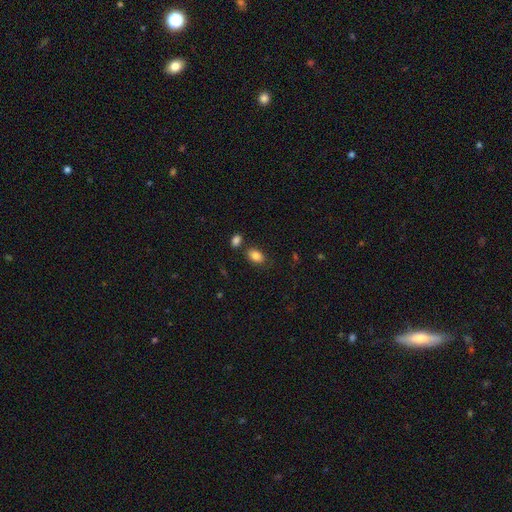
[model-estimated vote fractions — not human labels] Q: Smooth or featured?
A: smooth (86%); runner-up: star or artifact (8%)
Q: How rounded?
A: in between (87%); runner-up: round (12%)
Q: Merging?
A: none (74%); runner-up: minor disturbance (12%)